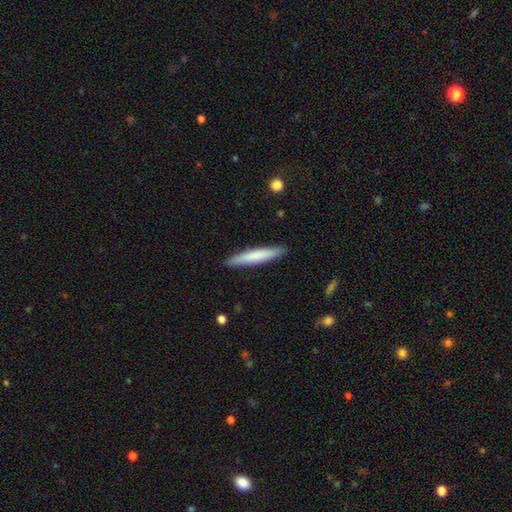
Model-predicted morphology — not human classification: smooth-or-featured: smooth: 73% | featured or disk: 22% | star or artifact: 5%
  how-rounded: cigar-shaped: 94% | in between: 5% | round: 1%
  merging: none: 90% | minor disturbance: 7% | major disturbance: 1% | merger: 1%